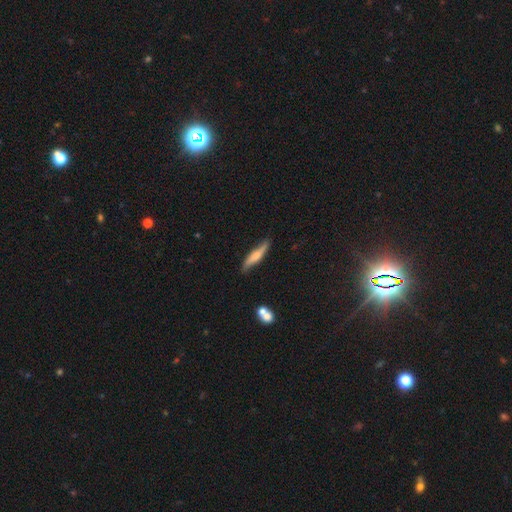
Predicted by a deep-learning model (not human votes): Smooth or featured: smooth — 48% (featured or disk — 46%)
Merging: none — 73% (minor disturbance — 21%)